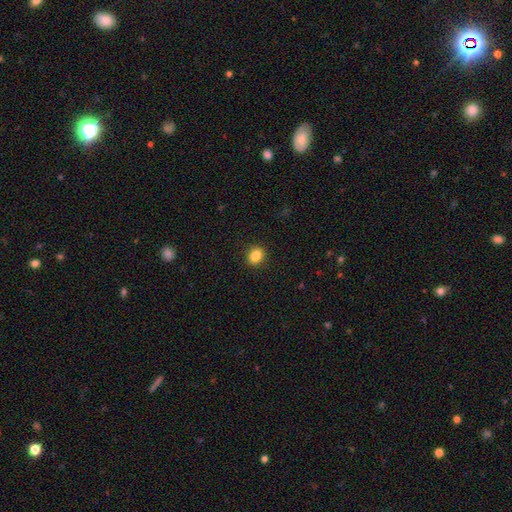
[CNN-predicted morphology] A smooth galaxy with no disk features (85%) that is in between round and cigar-shaped (50%). Merging: none (91%).